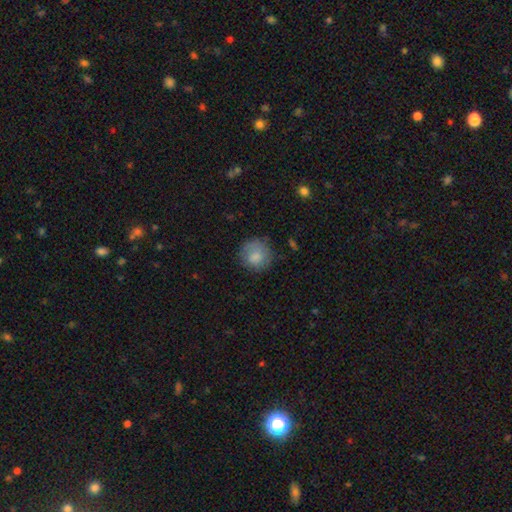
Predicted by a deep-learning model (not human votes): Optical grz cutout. It shows a smooth galaxy with no disk features (80%) that is round (89%). Merging: none (74%).